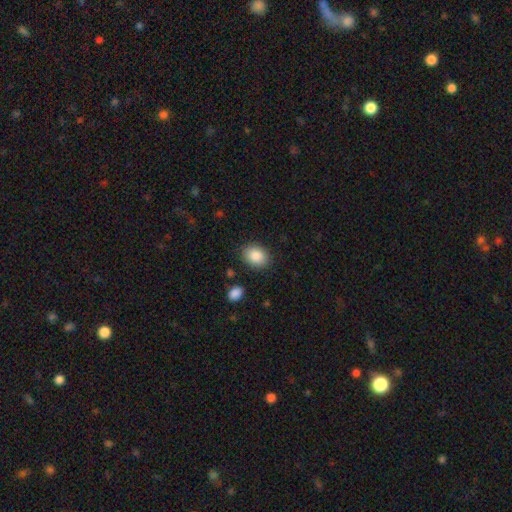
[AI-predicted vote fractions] smooth-or-featured: smooth: 87% | star or artifact: 8% | featured or disk: 5%
  how-rounded: in between: 62% | round: 38% | cigar-shaped: 1%
  merging: none: 86% | minor disturbance: 10% | major disturbance: 3% | merger: 2%